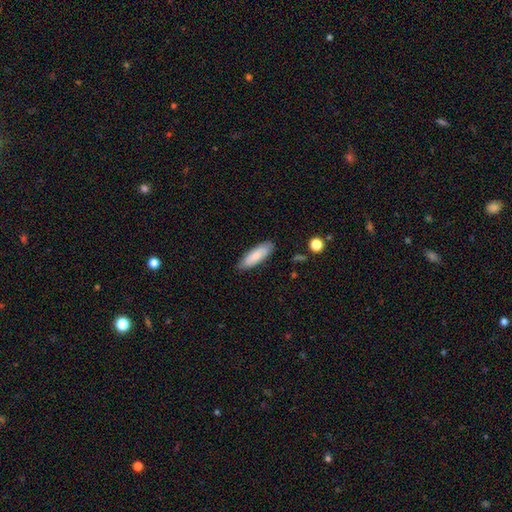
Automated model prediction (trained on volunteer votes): Smooth or featured? Predicted: smooth (p=0.83). How rounded? Predicted: in between (p=0.55). Merging? Predicted: none (p=0.84).